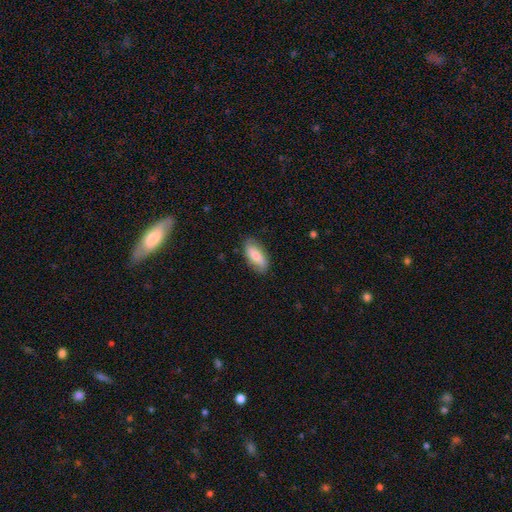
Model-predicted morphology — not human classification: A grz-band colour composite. It shows a smooth galaxy with no disk features (75%) that is in between round and cigar-shaped (83%). Merging: none (80%).